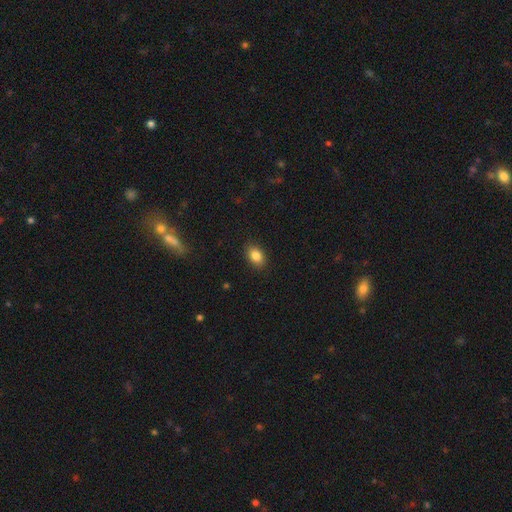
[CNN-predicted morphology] The model was most divided on "how rounded": in between: 81%, round: 18%, cigar-shaped: 1%. More confident: merging — none (88%); smooth or featured — smooth (84%).